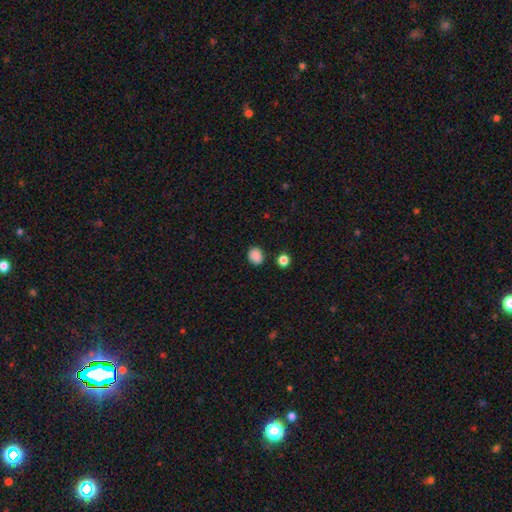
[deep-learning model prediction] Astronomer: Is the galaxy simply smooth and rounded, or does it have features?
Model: smooth — 87%.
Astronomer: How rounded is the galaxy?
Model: round — 63%.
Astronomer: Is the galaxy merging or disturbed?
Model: none — 83%.